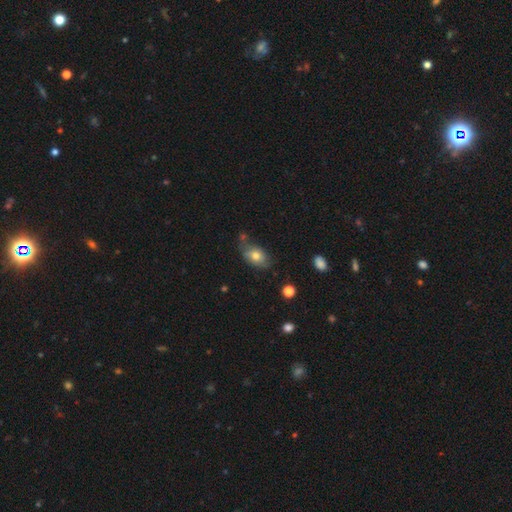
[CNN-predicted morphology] Smooth or featured? Predicted: smooth (p=0.73). How rounded? Predicted: in between (p=0.83). Merging? Predicted: none (p=0.54).